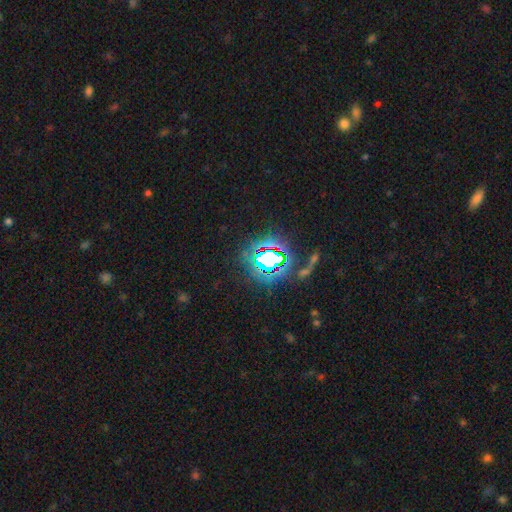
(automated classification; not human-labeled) Smooth or featured? star or artifact (81%)